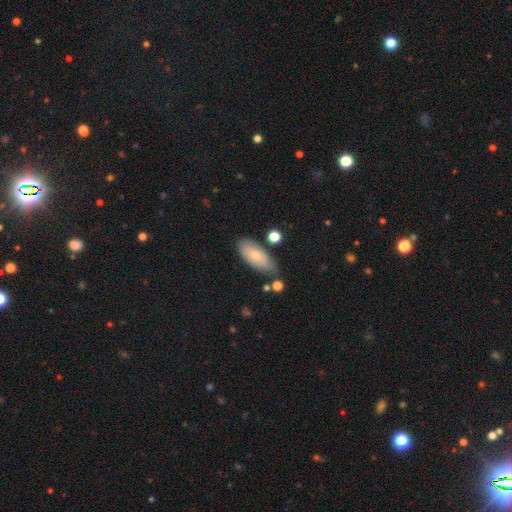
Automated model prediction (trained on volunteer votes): Smooth or featured?
  - smooth: 69% *
  - featured or disk: 25%
  - star or artifact: 6%
How rounded?
  - in between: 87% *
  - cigar-shaped: 10%
  - round: 3%
Merging?
  - none: 63% *
  - minor disturbance: 26%
  - merger: 6%
  - major disturbance: 6%